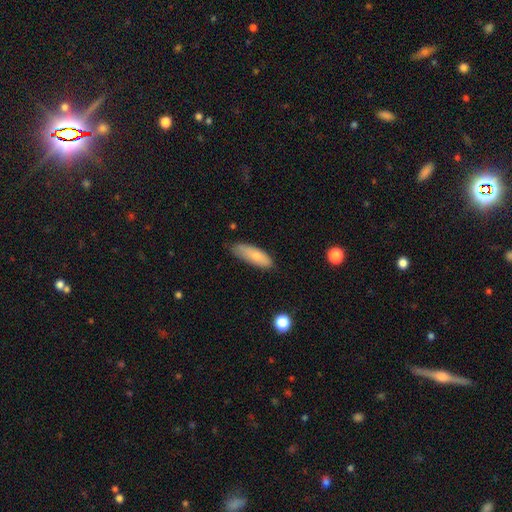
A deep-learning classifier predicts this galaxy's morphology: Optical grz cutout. It shows a smooth galaxy with no disk features (78%) that is in between round and cigar-shaped (58%). Merging: none (71%).